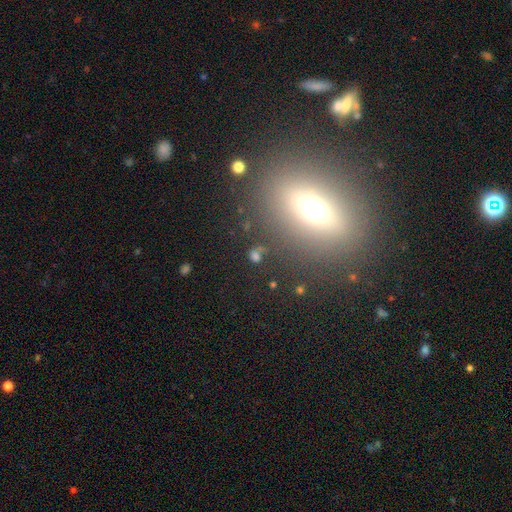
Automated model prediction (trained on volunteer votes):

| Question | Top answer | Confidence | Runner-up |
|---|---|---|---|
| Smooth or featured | smooth | 57% | star or artifact (32%) |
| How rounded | round | 59% | in between (37%) |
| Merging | none | 75% | minor disturbance (11%) |